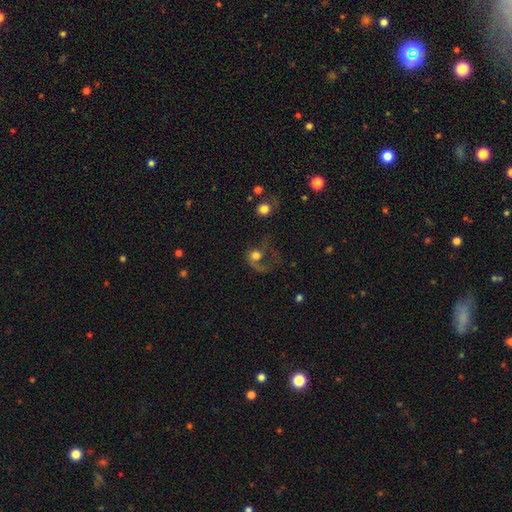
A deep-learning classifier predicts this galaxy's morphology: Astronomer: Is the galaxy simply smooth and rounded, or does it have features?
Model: smooth — 51% (runner-up: featured or disk, 37%).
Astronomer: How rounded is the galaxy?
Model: round — 66%.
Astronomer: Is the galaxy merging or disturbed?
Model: major disturbance — 59%.